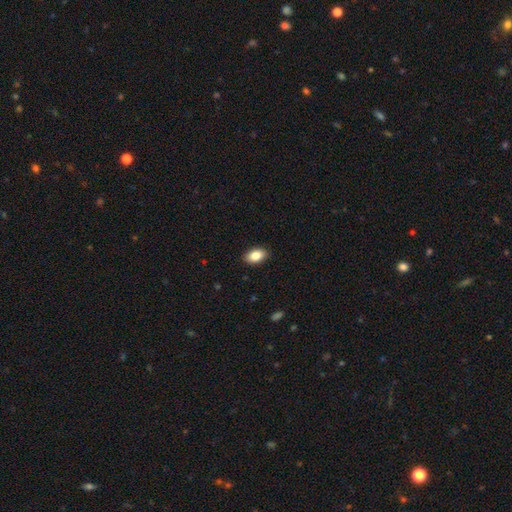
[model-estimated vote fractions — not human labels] Smooth or featured? smooth (85%)
How rounded? in between (91%)
Merging? none (89%)